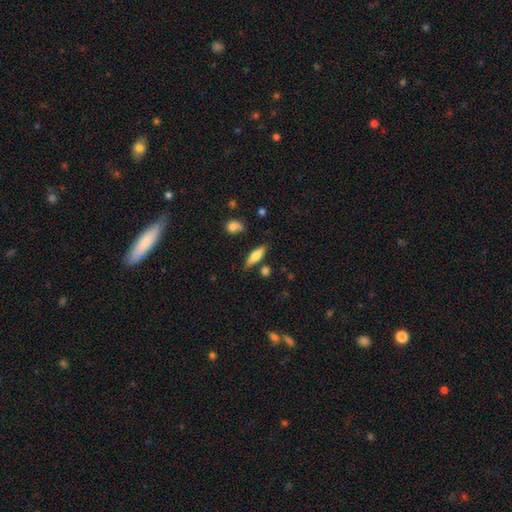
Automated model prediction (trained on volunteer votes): A smooth galaxy with no disk features (63%) that is cigar-shaped (59%). Merging: none (74%).